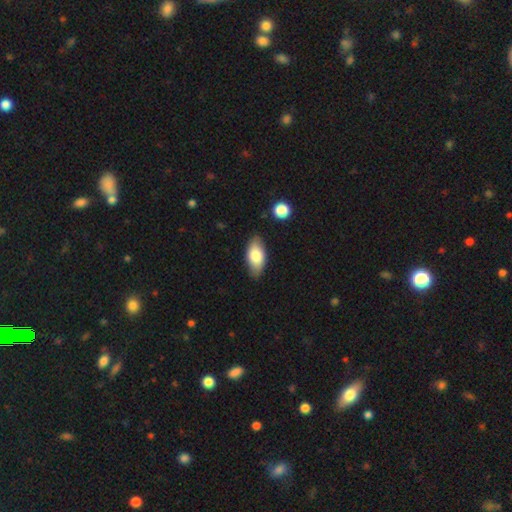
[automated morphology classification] Smooth or featured?
  - smooth: 78% *
  - featured or disk: 16%
  - star or artifact: 6%
How rounded?
  - in between: 91% *
  - cigar-shaped: 6%
  - round: 3%
Merging?
  - none: 82% *
  - minor disturbance: 14%
  - major disturbance: 2%
  - merger: 2%